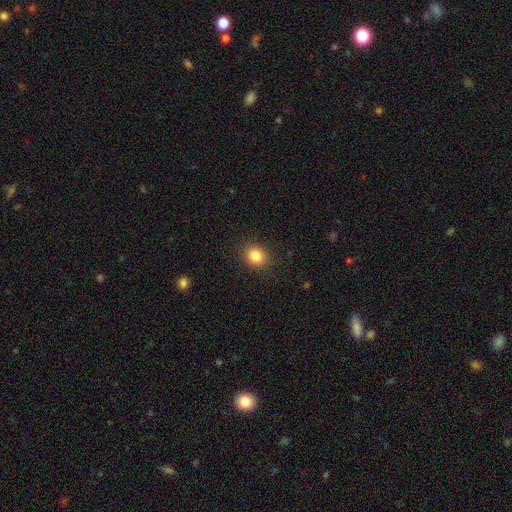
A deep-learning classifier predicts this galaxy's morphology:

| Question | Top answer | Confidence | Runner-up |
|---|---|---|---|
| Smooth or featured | smooth | 84% | star or artifact (10%) |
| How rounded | round | 68% | in between (31%) |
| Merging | none | 89% | minor disturbance (8%) |